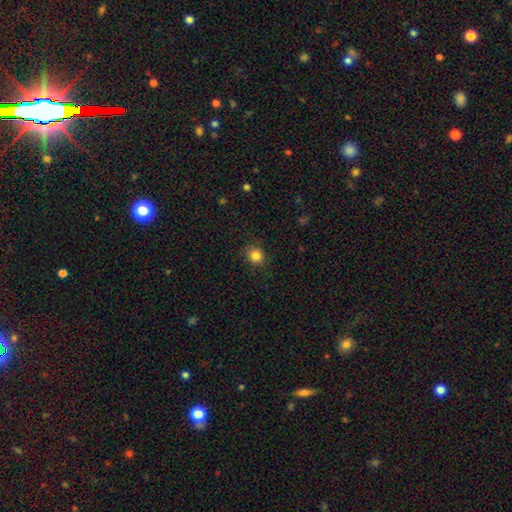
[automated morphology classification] Smooth or featured? smooth (85%)
How rounded? round (88%)
Merging? none (88%)